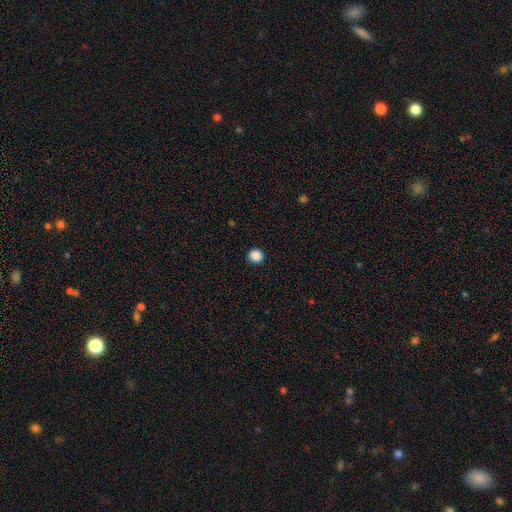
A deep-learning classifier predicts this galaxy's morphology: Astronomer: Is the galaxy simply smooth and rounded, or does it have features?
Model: smooth — 88%.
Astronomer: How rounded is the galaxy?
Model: round — 92%.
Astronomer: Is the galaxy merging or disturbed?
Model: none — 92%.